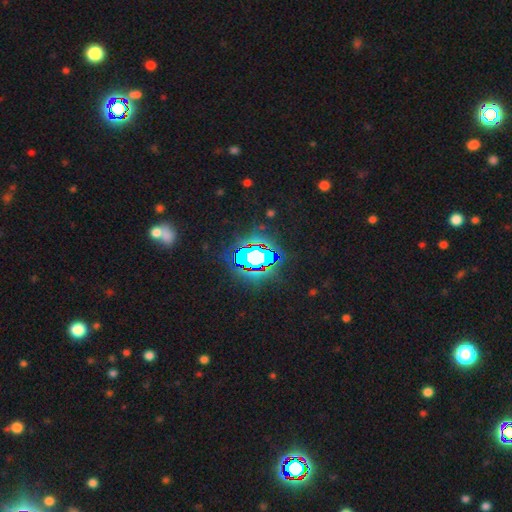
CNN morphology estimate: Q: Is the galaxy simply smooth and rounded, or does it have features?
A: star or artifact — 68%.